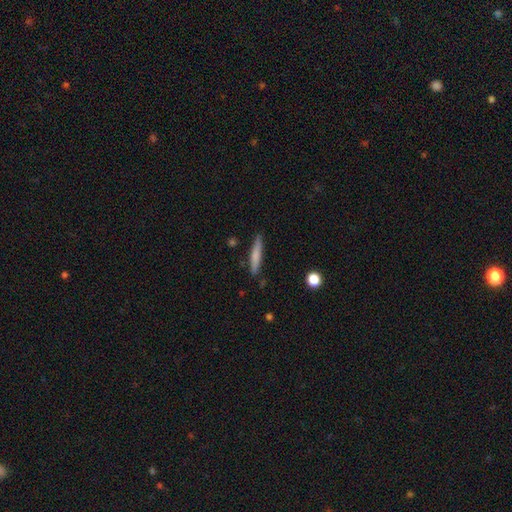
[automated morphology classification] Smooth or featured?
  - smooth: 67% *
  - featured or disk: 27%
  - star or artifact: 6%
How rounded?
  - cigar-shaped: 93% *
  - in between: 5%
  - round: 1%
Merging?
  - none: 86% *
  - minor disturbance: 10%
  - major disturbance: 2%
  - merger: 2%